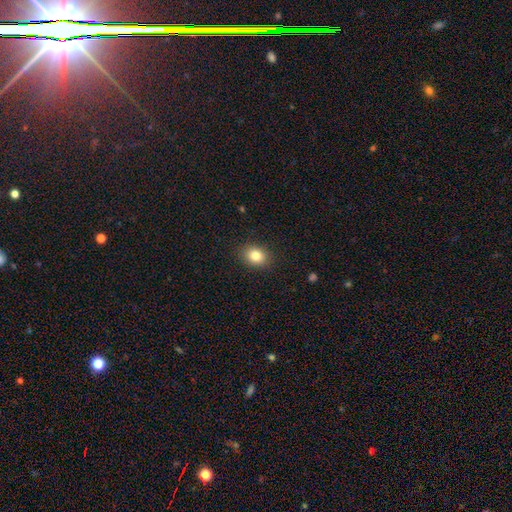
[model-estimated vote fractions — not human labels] This is clearly a smooth galaxy (82%). How rounded: possibly in between (54%). Merging: clearly none (89%).